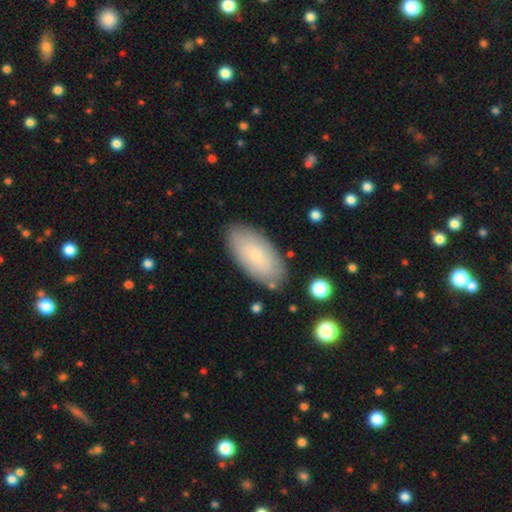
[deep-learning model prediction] smooth 67%, featured or disk 26%, star or artifact 6%. Down the decision tree: how rounded — in between (93%); merging — none (83%).